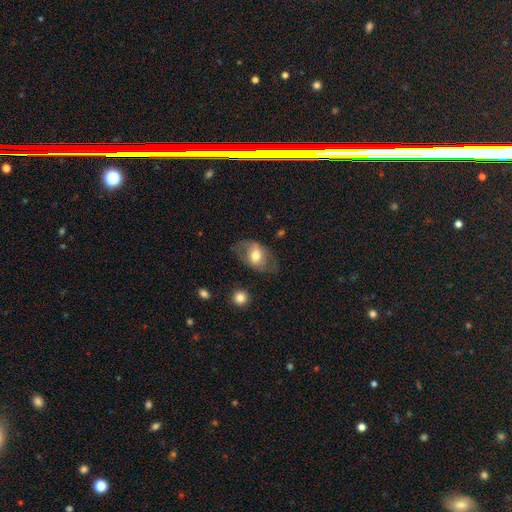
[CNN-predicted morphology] Overall: smooth (48%; featured or disk 45%). Merging: none (62%; minor disturbance 23%).